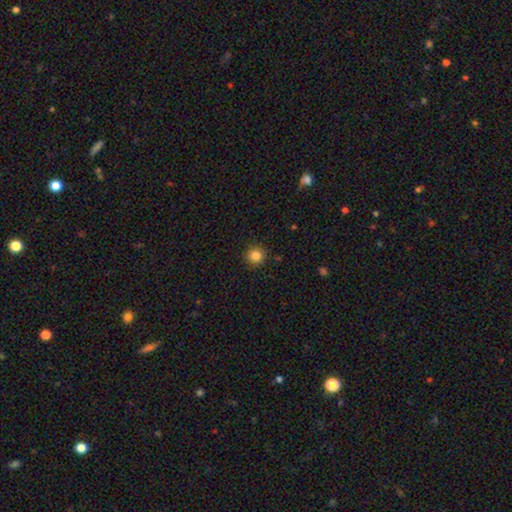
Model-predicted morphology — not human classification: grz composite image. It shows a smooth galaxy with no disk features (85%) that is round (94%). Merging: none (91%).